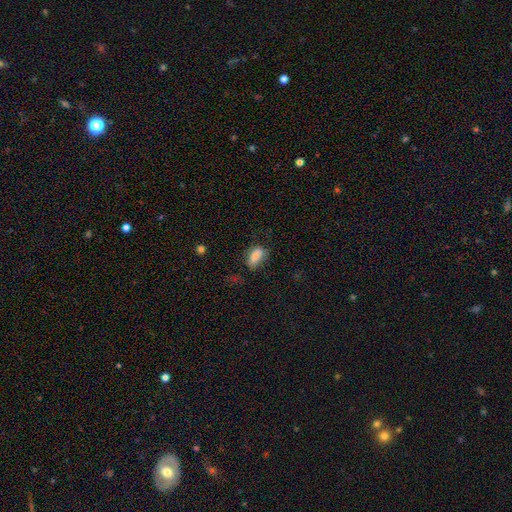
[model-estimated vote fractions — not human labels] smooth_or_featured: smooth (p=0.81) [alt: featured or disk p=0.10]
how_rounded: in between (p=0.88) [alt: cigar-shaped p=0.07]
merging: none (p=0.58) [alt: minor disturbance p=0.26]